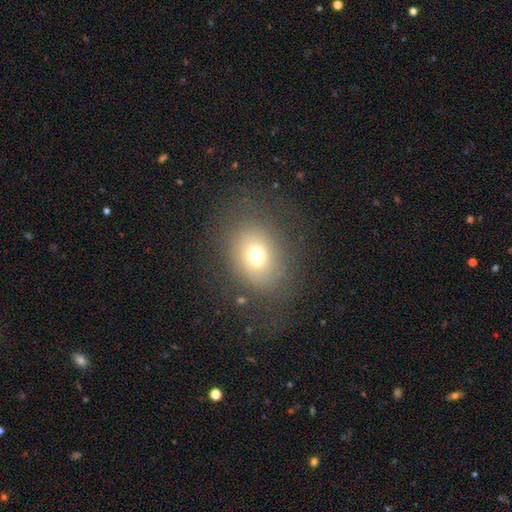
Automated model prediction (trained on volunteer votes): Overall: smooth (67%). How rounded: in between (56%; round 43%). Merging: none (75%).